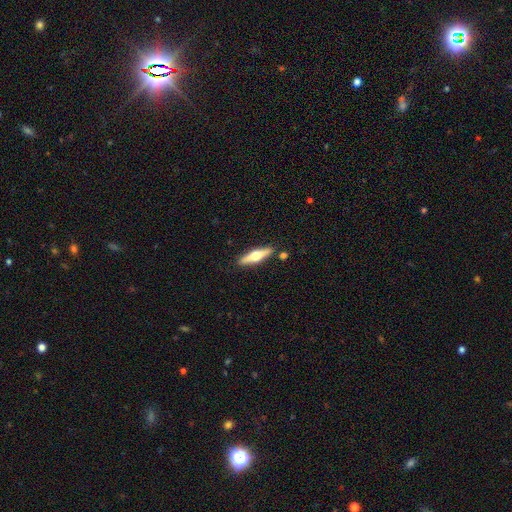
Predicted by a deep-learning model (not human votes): Overall: featured or disk (59%; smooth 35%). Edge-on disk: yes (95%). Edge-on bulge: rounded (95%). Merging: none (87%).